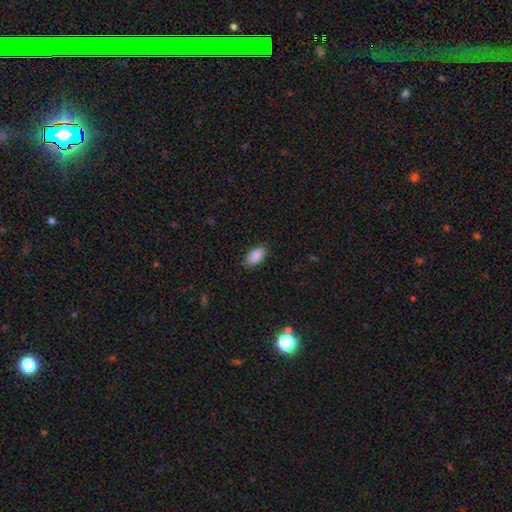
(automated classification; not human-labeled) Smooth or featured? Predicted: smooth (p=0.89). How rounded? Predicted: in between (p=0.93). Merging? Predicted: none (p=0.86).